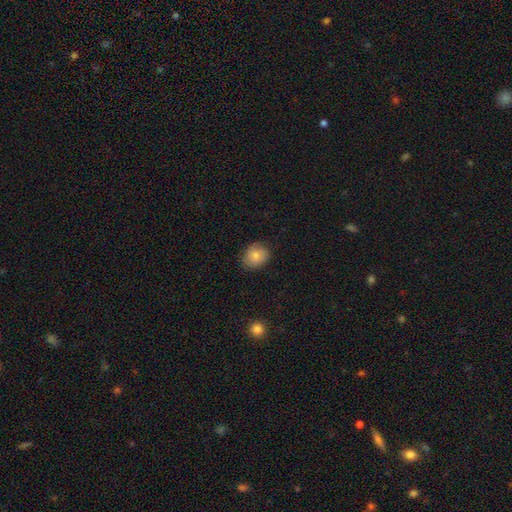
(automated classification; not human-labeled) Morphology: type=smooth (82%); roundness=round (60%); merging=none (83%).